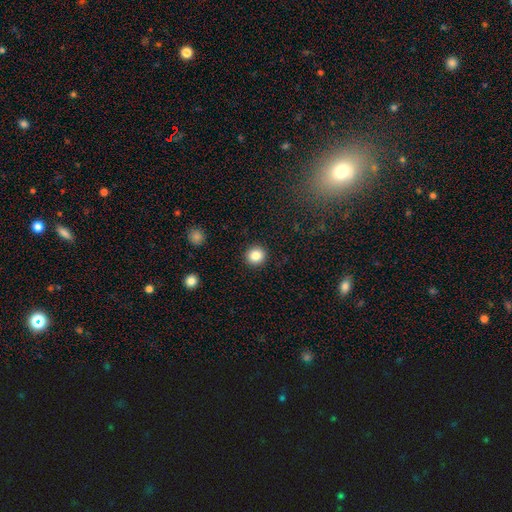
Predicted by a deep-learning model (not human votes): Smooth or featured?
  - smooth: 85% *
  - star or artifact: 10%
  - featured or disk: 5%
How rounded?
  - round: 92% *
  - in between: 7%
  - cigar-shaped: 1%
Merging?
  - none: 92% *
  - minor disturbance: 5%
  - major disturbance: 2%
  - merger: 1%